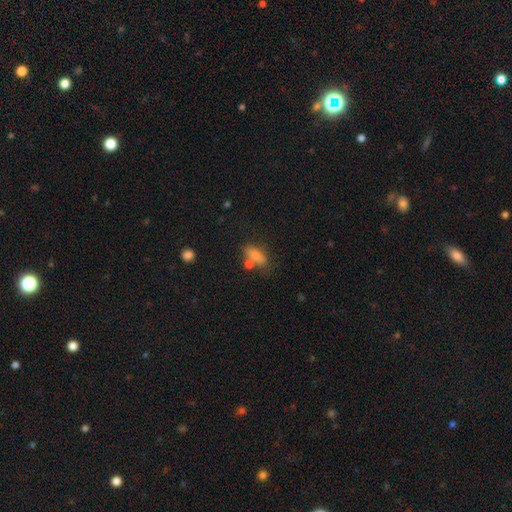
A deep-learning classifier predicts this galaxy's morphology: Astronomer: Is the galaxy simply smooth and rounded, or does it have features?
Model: smooth — 78%.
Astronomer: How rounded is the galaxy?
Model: in between — 71%.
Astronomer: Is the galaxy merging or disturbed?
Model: none — 53%.